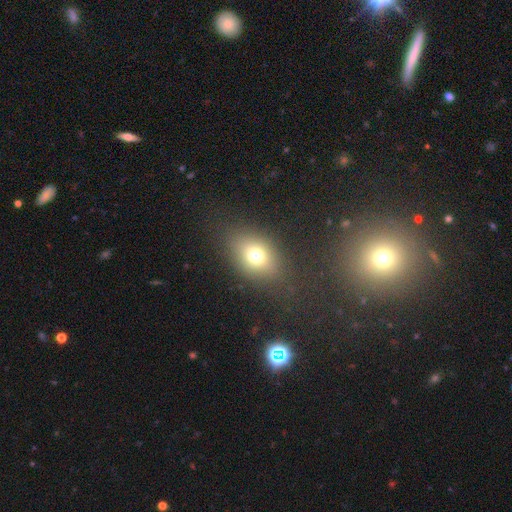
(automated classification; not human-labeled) The model was most divided on "how rounded": in between: 67%, round: 32%, cigar-shaped: 2%. More confident: merging — none (76%); smooth or featured — smooth (73%).